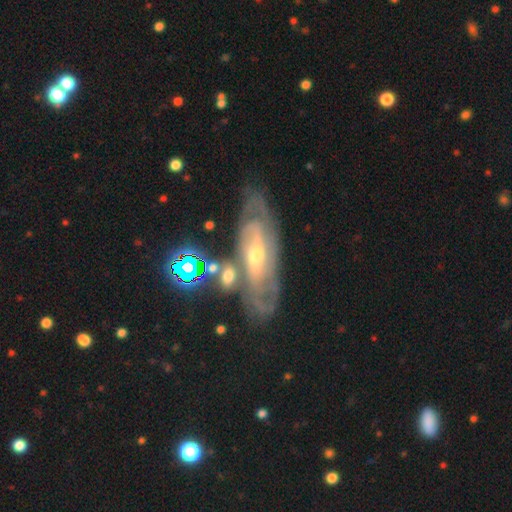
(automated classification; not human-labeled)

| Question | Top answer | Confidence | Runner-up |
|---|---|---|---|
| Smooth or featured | featured or disk | 78% | smooth (13%) |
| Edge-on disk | no | 84% | yes (16%) |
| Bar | weak | 38% | no (36%) |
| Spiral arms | yes | 85% | no (15%) |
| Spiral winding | tight | 56% | medium (33%) |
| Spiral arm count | can't tell | 43% | 2 (38%) |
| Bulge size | moderate | 56% | small (37%) |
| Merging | none | 63% | minor disturbance (18%) |